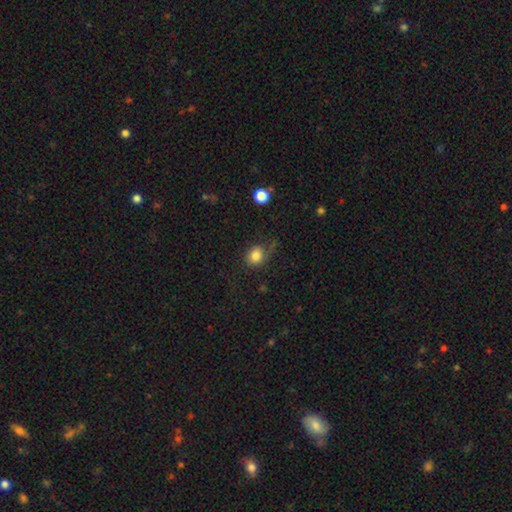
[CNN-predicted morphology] Smooth or featured?
  - smooth: 82% *
  - star or artifact: 10%
  - featured or disk: 8%
How rounded?
  - round: 66% *
  - in between: 33%
  - cigar-shaped: 1%
Merging?
  - none: 59% *
  - minor disturbance: 24%
  - major disturbance: 14%
  - merger: 3%